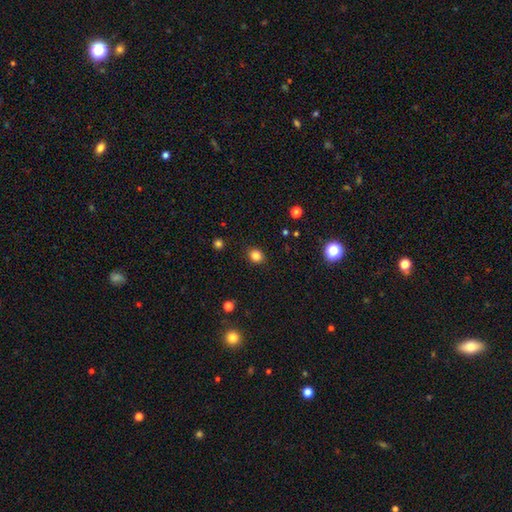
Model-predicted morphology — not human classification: smooth 83%, star or artifact 13%, featured or disk 4%. Down the decision tree: how rounded — round (63%); merging — none (87%).